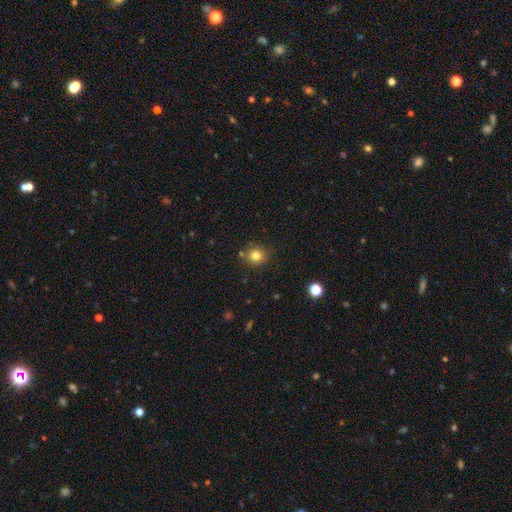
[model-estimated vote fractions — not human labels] smooth 80%, star or artifact 13%, featured or disk 6%. Down the decision tree: how rounded — round (88%); merging — none (83%).